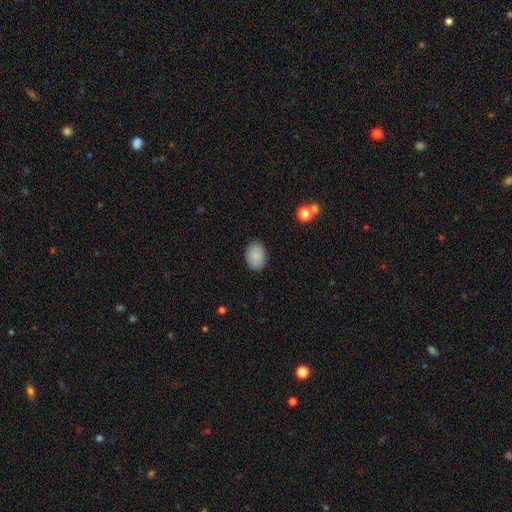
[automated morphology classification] Smooth or featured? smooth (89%)
How rounded? in between (77%)
Merging? none (89%)